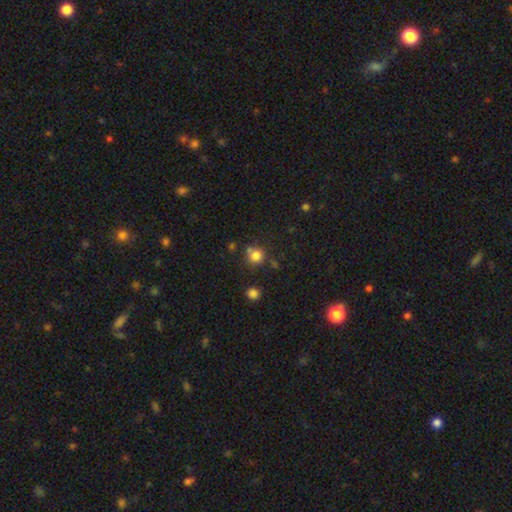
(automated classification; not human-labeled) smooth 80%, star or artifact 13%, featured or disk 7%. Down the decision tree: how rounded — round (90%); merging — none (70%).